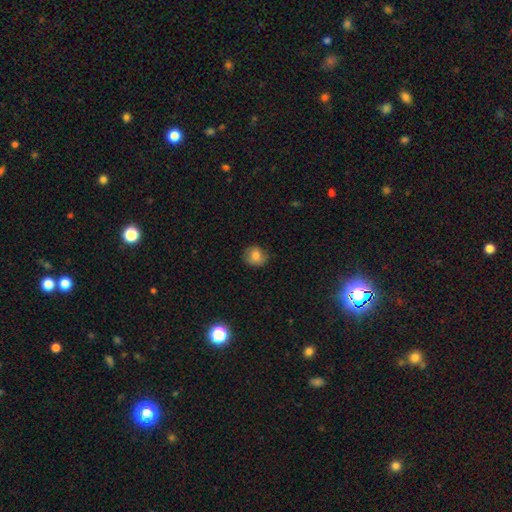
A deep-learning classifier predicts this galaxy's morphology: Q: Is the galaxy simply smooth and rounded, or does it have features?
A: smooth — 77%.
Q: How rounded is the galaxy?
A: round — 77%.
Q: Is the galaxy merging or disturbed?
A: none — 77%.